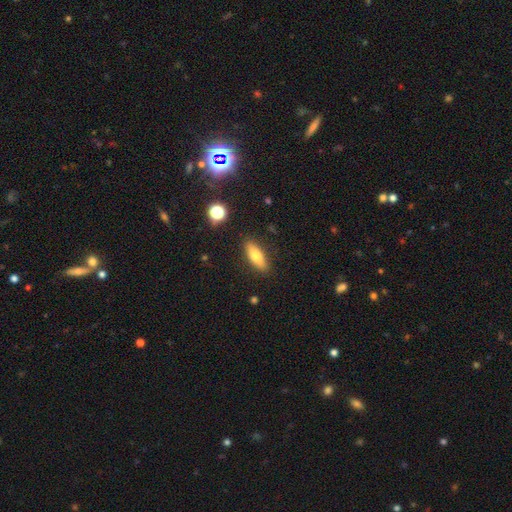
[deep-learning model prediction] Overall: smooth (73%). How rounded: in between (60%; cigar-shaped 37%). Merging: none (87%).